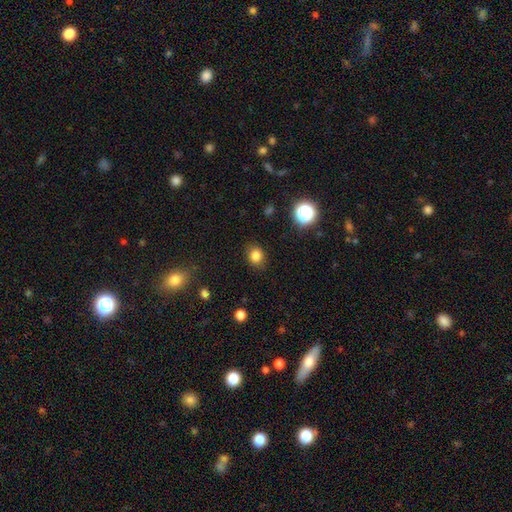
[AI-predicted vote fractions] A smooth galaxy with no disk features (82%) that is round (64%). Merging: none (87%).